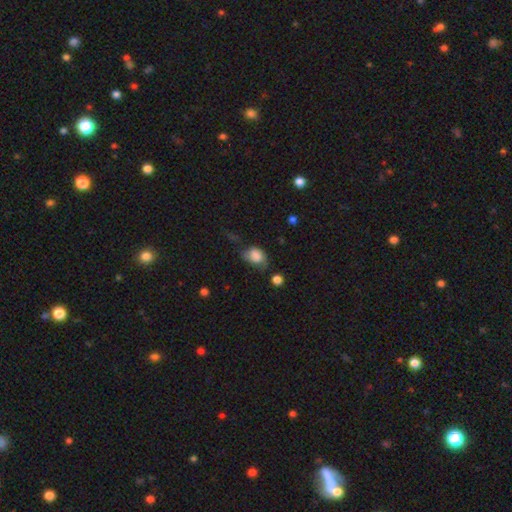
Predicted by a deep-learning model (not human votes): A smooth galaxy with no disk features (74%) that is in between round and cigar-shaped (69%). Merging: minor disturbance (36%).